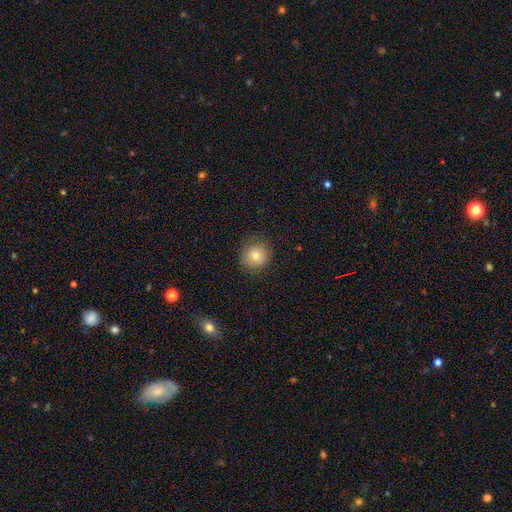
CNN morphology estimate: Smooth or featured?
  - smooth: 77% *
  - featured or disk: 12%
  - star or artifact: 11%
How rounded?
  - round: 89% *
  - in between: 11%
  - cigar-shaped: 1%
Merging?
  - none: 83% *
  - minor disturbance: 12%
  - major disturbance: 4%
  - merger: 1%